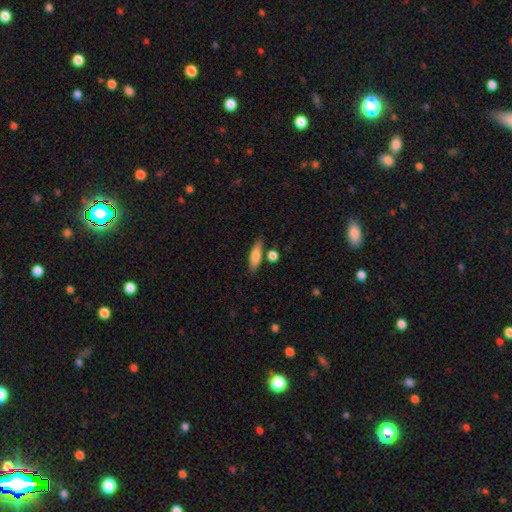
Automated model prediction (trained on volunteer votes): A smooth galaxy with no disk features (79%) that is in between round and cigar-shaped (49%).

Vote fractions:
- Smooth or featured? smooth: 79% / featured or disk: 15% / star or artifact: 7%
- How rounded? in between: 49% / cigar-shaped: 48% / round: 3%
- Merging? none: 73% / minor disturbance: 14% / merger: 10% / major disturbance: 3%